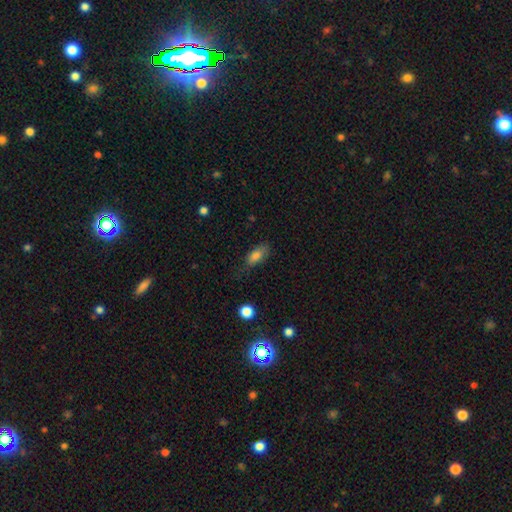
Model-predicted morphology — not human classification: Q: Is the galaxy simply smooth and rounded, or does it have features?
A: smooth — 82%.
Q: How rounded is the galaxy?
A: in between — 85%.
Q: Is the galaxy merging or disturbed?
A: none — 67%.